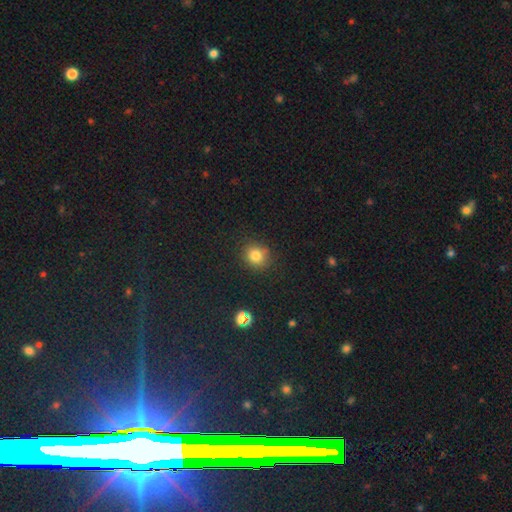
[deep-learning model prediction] Morphology: type=smooth (80%); roundness=round (85%); merging=none (86%).